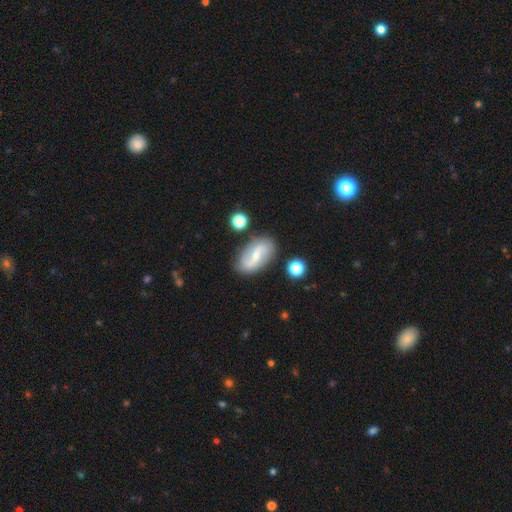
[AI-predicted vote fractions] Q: Smooth or featured?
A: featured or disk (68%); runner-up: smooth (25%)
Q: Edge-on disk?
A: no (95%); runner-up: yes (5%)
Q: Bar?
A: weak (48%); runner-up: strong (29%)
Q: Spiral arms?
A: yes (89%); runner-up: no (11%)
Q: Spiral winding?
A: loose (61%); runner-up: medium (28%)
Q: Spiral arm count?
A: 2 (89%); runner-up: can't tell (6%)
Q: Bulge size?
A: small (54%); runner-up: moderate (34%)
Q: Merging?
A: none (82%); runner-up: minor disturbance (12%)